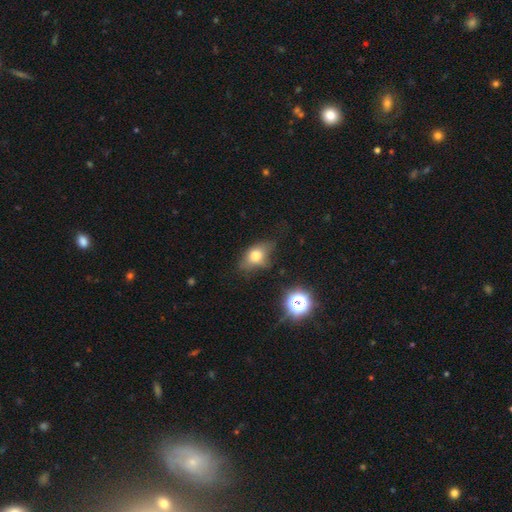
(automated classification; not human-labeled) smooth_or_featured: smooth (p=0.70) [alt: featured or disk p=0.17]
how_rounded: in between (p=0.76) [alt: round p=0.22]
merging: none (p=0.51) [alt: minor disturbance p=0.32]